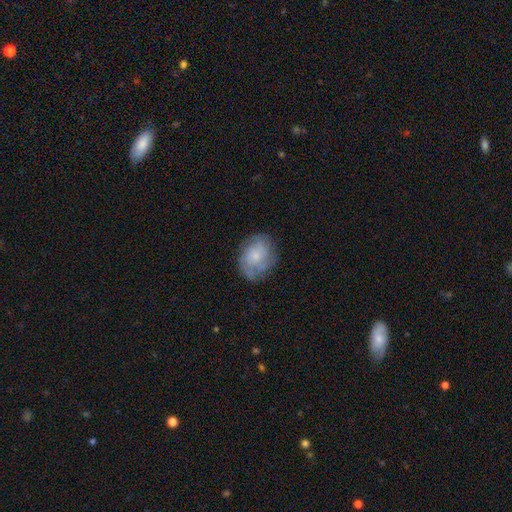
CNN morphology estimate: Overall: featured or disk (50%; smooth 42%). Edge-on disk: no (97%). Merging: none (69%).